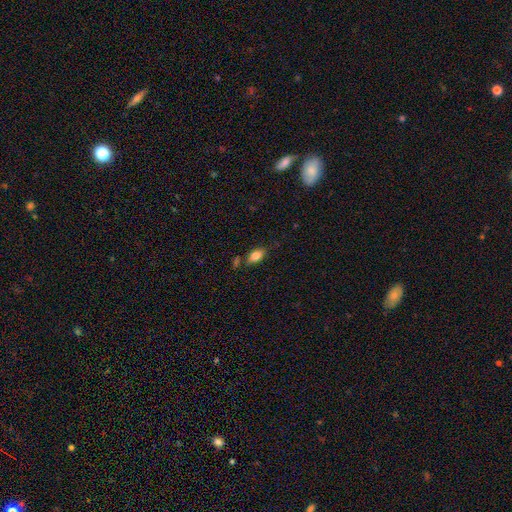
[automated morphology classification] smooth-or-featured: smooth: 78% | featured or disk: 13% | star or artifact: 8%
  how-rounded: in between: 87% | cigar-shaped: 8% | round: 5%
  merging: none: 70% | minor disturbance: 17% | merger: 8% | major disturbance: 4%